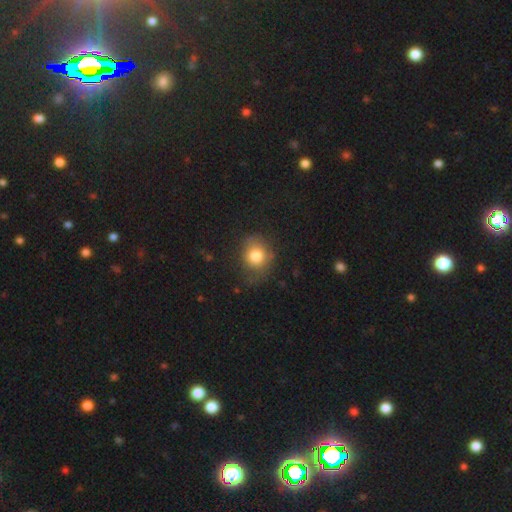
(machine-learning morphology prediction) Smooth or featured?
  - smooth: 79% *
  - featured or disk: 11%
  - star or artifact: 10%
How rounded?
  - round: 69% *
  - in between: 30%
  - cigar-shaped: 1%
Merging?
  - none: 62% *
  - minor disturbance: 25%
  - major disturbance: 11%
  - merger: 2%